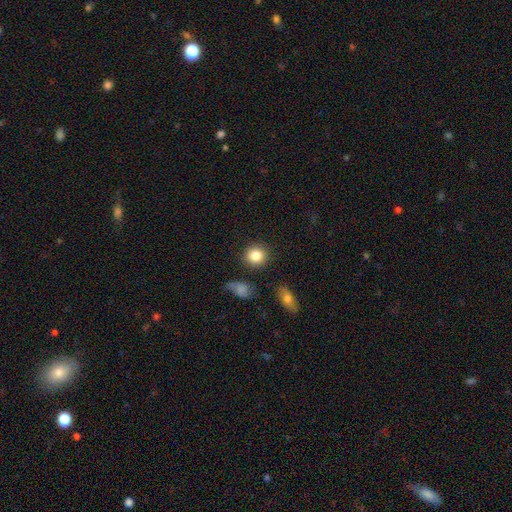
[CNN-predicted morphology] smooth-or-featured: smooth: 84% | star or artifact: 9% | featured or disk: 7%
  how-rounded: round: 86% | in between: 13% | cigar-shaped: 1%
  merging: none: 86% | minor disturbance: 8% | major disturbance: 3% | merger: 3%